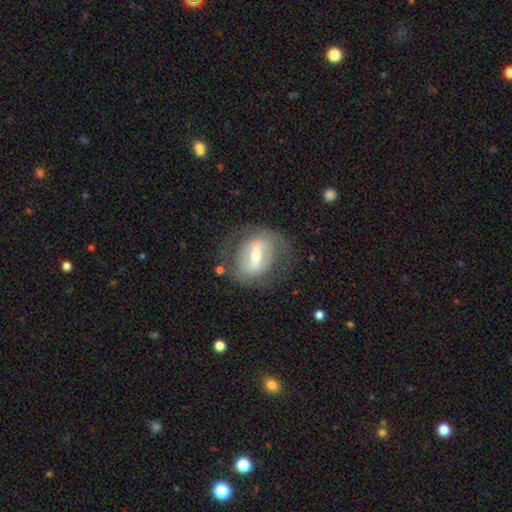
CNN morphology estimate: smooth-or-featured: featured or disk: 67% | smooth: 26% | star or artifact: 7%
  disk-edge-on: no: 89% | yes: 11%
    bar: strong: 57% | weak: 31% | no: 13%
    has-spiral-arms: no: 56% | yes: 44%
    bulge-size: moderate: 58% | small: 33% | large: 6% | none: 1% | dominant: 1%
  merging: none: 65% | minor disturbance: 19% | major disturbance: 15% | merger: 2%